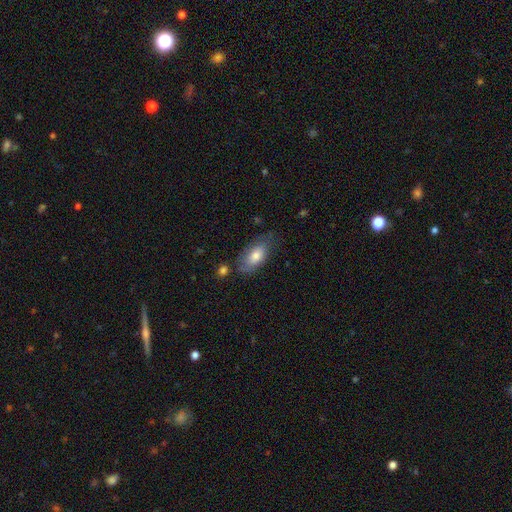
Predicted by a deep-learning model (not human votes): smooth_or_featured: smooth (p=0.74) [alt: featured or disk p=0.20]
how_rounded: in between (p=0.90) [alt: cigar-shaped p=0.07]
merging: none (p=0.64) [alt: minor disturbance p=0.24]